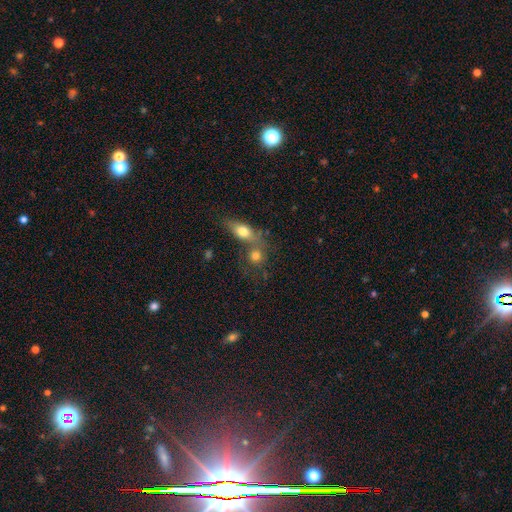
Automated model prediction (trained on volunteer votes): Q: Smooth or featured?
A: smooth (75%); runner-up: featured or disk (15%)
Q: How rounded?
A: round (67%); runner-up: in between (28%)
Q: Merging?
A: none (45%); runner-up: merger (41%)